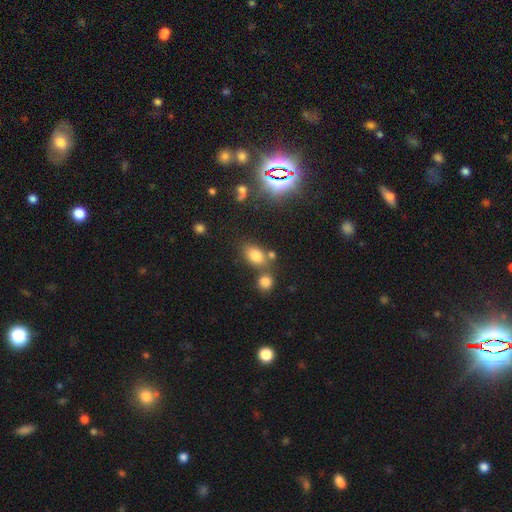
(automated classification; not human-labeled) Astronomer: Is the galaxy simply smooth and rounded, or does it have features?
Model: smooth — 77%.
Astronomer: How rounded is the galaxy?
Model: in between — 81%.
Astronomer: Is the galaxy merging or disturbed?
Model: none — 59%.